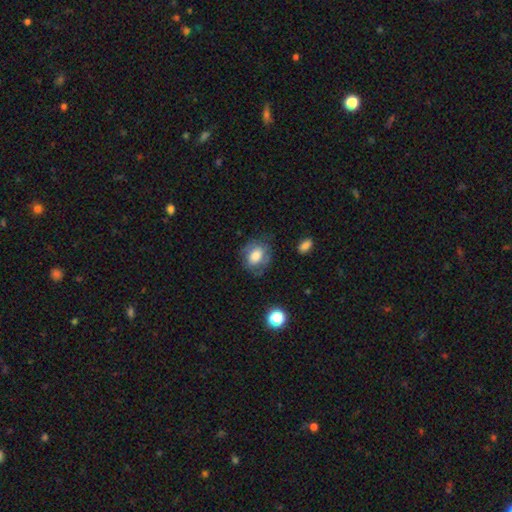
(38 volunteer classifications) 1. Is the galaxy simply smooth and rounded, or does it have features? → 63% smooth, 29% featured or disk, 8% star or artifact.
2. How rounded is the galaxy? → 58% in between, 42% round, 0% cigar-shaped.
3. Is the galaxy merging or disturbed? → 43% none, 31% minor disturbance, 26% major disturbance, 0% merger.